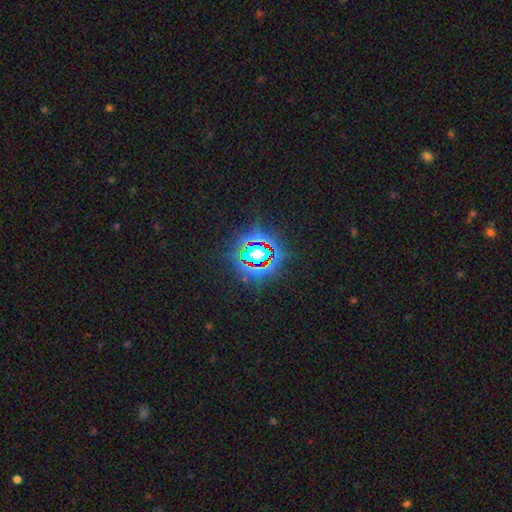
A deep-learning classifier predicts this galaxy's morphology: Smooth or featured? Predicted: star or artifact (p=0.68).